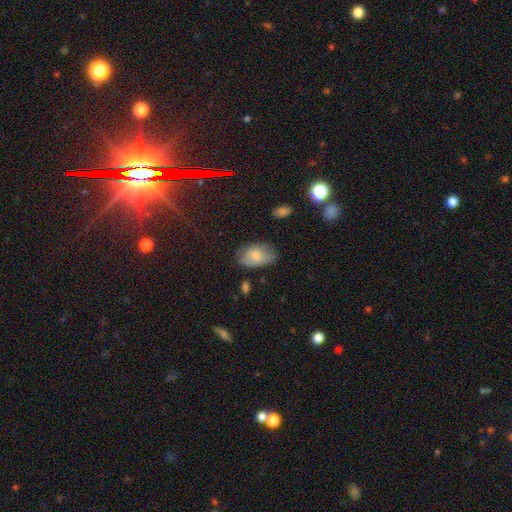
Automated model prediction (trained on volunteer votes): Smooth or featured?
  - smooth: 75% *
  - featured or disk: 17%
  - star or artifact: 8%
How rounded?
  - in between: 91% *
  - round: 8%
  - cigar-shaped: 1%
Merging?
  - none: 59% *
  - minor disturbance: 30%
  - major disturbance: 9%
  - merger: 2%